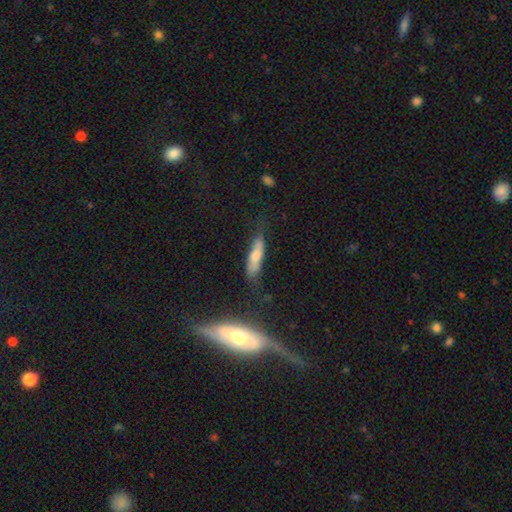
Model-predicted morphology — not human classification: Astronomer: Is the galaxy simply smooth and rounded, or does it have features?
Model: smooth — 62%.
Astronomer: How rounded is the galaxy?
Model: cigar-shaped — 70%.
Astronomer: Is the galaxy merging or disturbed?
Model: none — 61%.